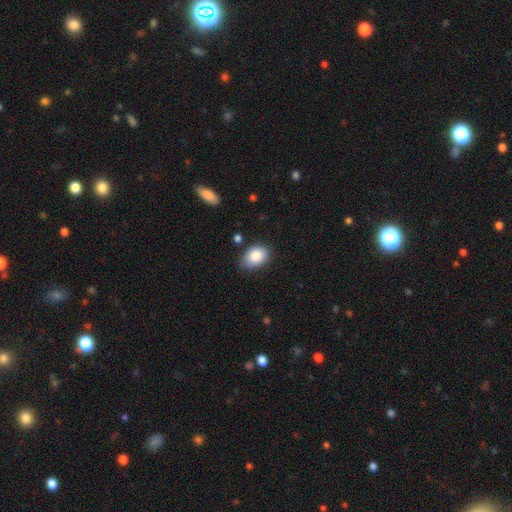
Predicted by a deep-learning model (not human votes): Overall: smooth (86%). How rounded: in between (80%). Merging: none (65%; minor disturbance 27%).